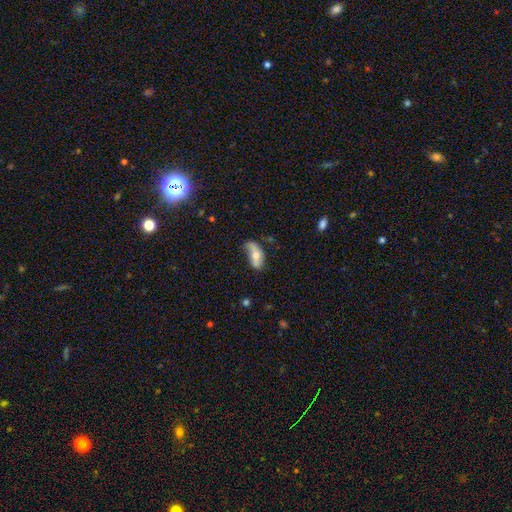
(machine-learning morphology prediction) A smooth galaxy with no disk features (54%) that is in between round and cigar-shaped (84%). Merging: none (41%).